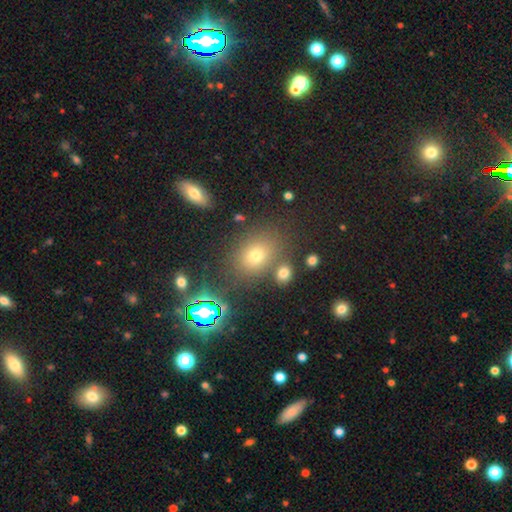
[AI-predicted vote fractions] smooth_or_featured: smooth (p=0.62) [alt: star or artifact p=0.26]
how_rounded: in between (p=0.52) [alt: round p=0.46]
merging: none (p=0.76) [alt: minor disturbance p=0.11]